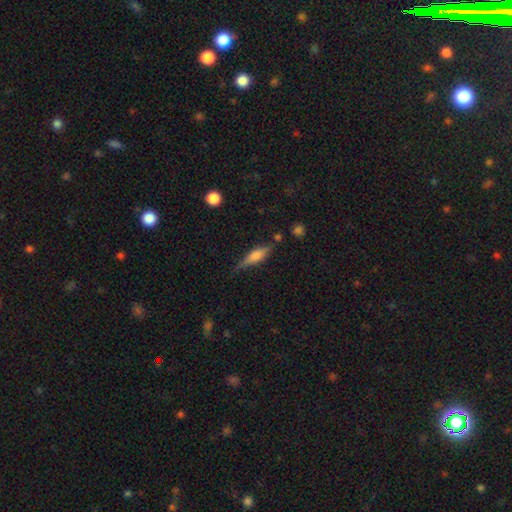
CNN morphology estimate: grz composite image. It shows a featured or disk galaxy (49%). Merging: none (73%).